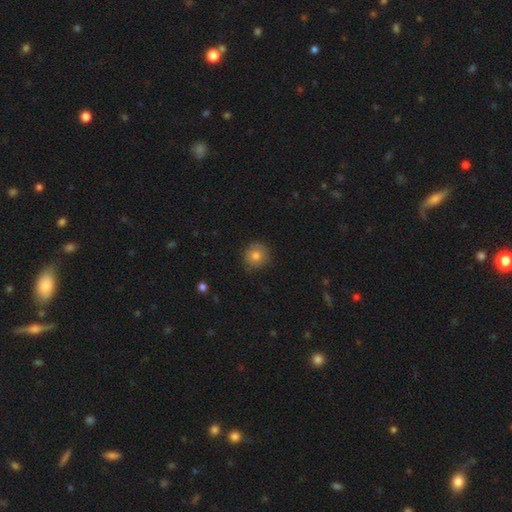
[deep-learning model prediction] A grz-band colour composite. It shows a smooth galaxy with no disk features (76%) that is round (93%). Merging: none (82%).